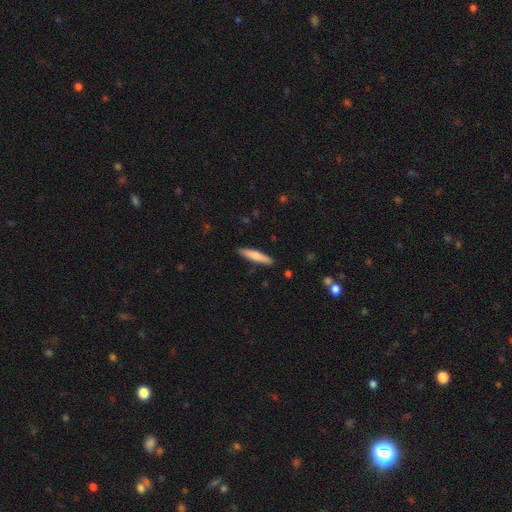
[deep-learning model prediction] Q: Smooth or featured?
A: smooth (74%); runner-up: featured or disk (21%)
Q: How rounded?
A: cigar-shaped (86%); runner-up: in between (13%)
Q: Merging?
A: none (89%); runner-up: minor disturbance (8%)